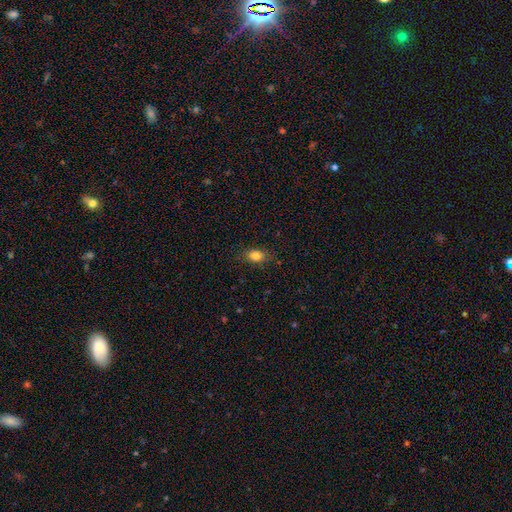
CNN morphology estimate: A smooth galaxy with no disk features (83%) that is in between round and cigar-shaped (74%).

Vote fractions:
- Smooth or featured? smooth: 83% / star or artifact: 10% / featured or disk: 7%
- How rounded? in between: 74% / round: 23% / cigar-shaped: 3%
- Merging? none: 82% / minor disturbance: 14% / major disturbance: 3% / merger: 1%